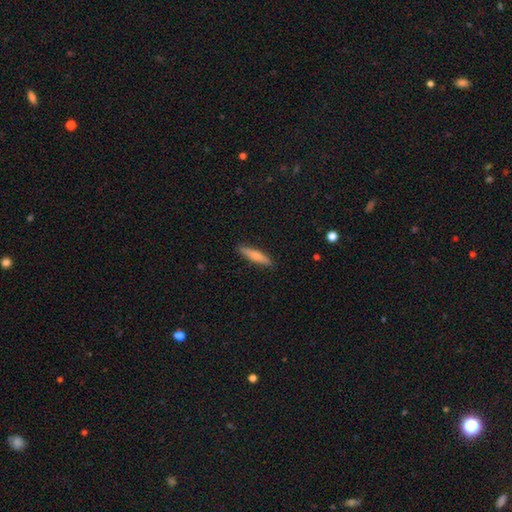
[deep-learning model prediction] This is likely a smooth galaxy (70%). How rounded: clearly cigar-shaped (85%). Merging: clearly none (89%).